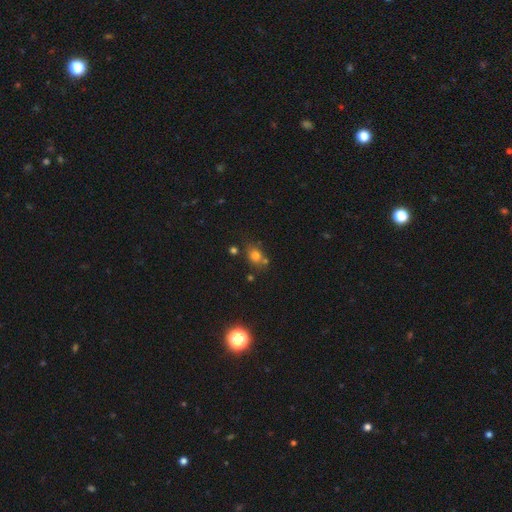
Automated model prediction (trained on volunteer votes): smooth 72%, star or artifact 17%, featured or disk 11%. Down the decision tree: how rounded — round (53%); merging — none (61%).